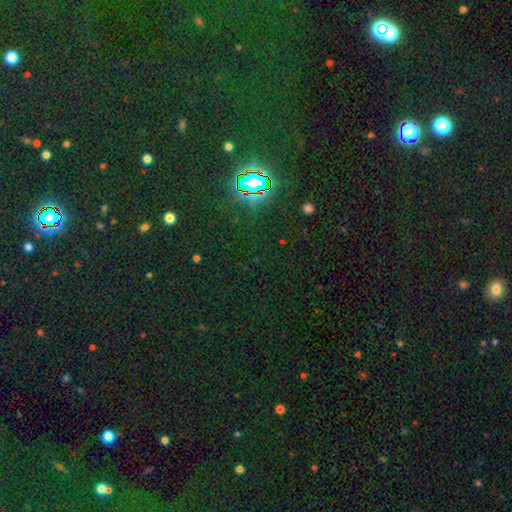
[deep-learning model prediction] Overall: star or artifact (80%).